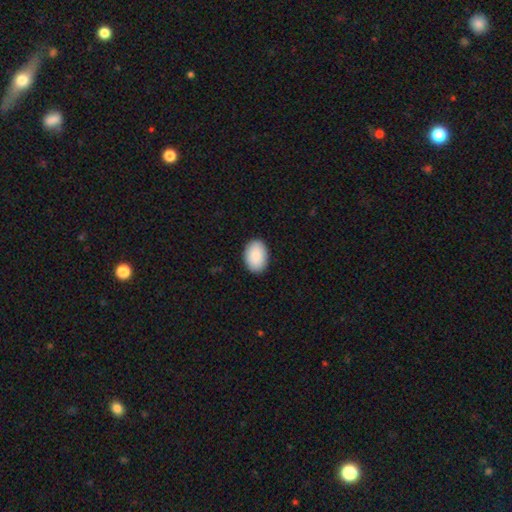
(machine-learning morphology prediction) type=smooth (90%); roundness=in between (85%); merging=none (90%).